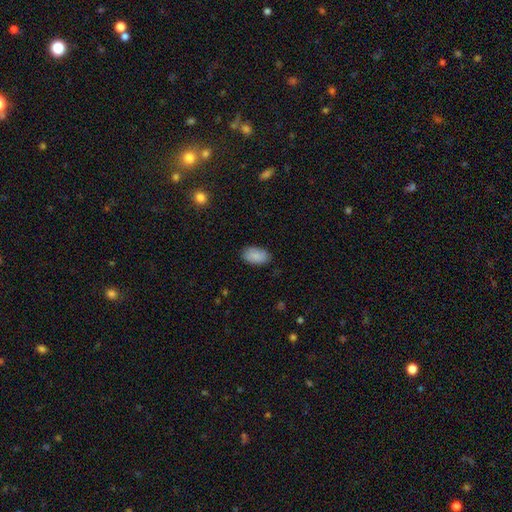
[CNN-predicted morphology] Smooth or featured?
  - smooth: 89% *
  - star or artifact: 7%
  - featured or disk: 5%
How rounded?
  - in between: 93% *
  - round: 5%
  - cigar-shaped: 1%
Merging?
  - none: 87% *
  - minor disturbance: 10%
  - major disturbance: 2%
  - merger: 1%